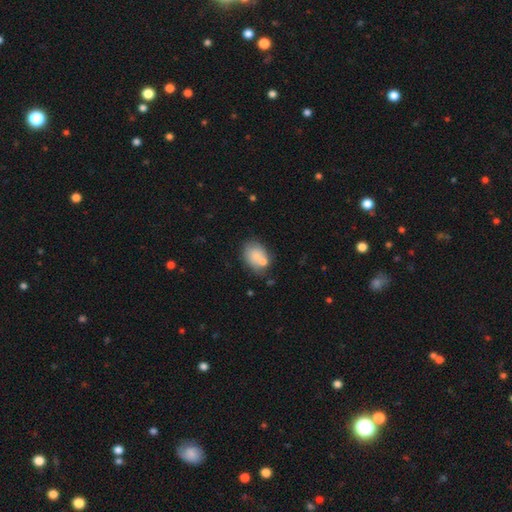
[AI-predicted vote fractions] smooth-or-featured: smooth: 77% | featured or disk: 14% | star or artifact: 9%
  how-rounded: in between: 66% | round: 33% | cigar-shaped: 1%
  merging: none: 54% | merger: 21% | minor disturbance: 19% | major disturbance: 6%